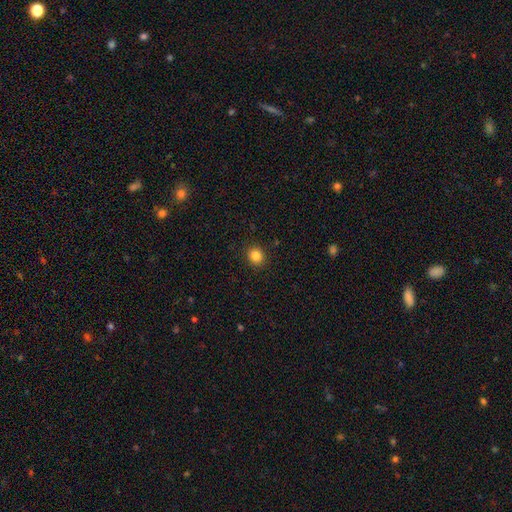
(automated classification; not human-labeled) Morphology: type=smooth (84%); roundness=round (78%); merging=none (90%).